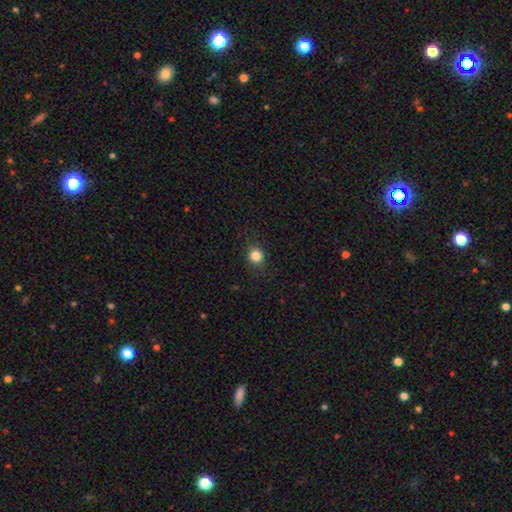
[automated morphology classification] This is clearly a smooth galaxy (84%). How rounded: clearly round (84%). Merging: clearly none (85%).